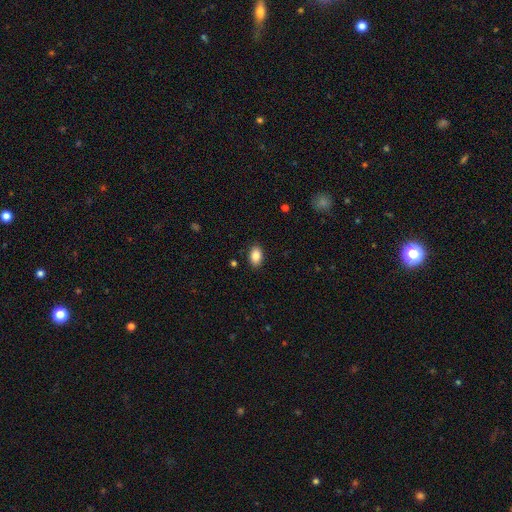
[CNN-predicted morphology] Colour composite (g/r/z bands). It shows a smooth galaxy with no disk features (87%) that is in between round and cigar-shaped (88%). Merging: none (88%).